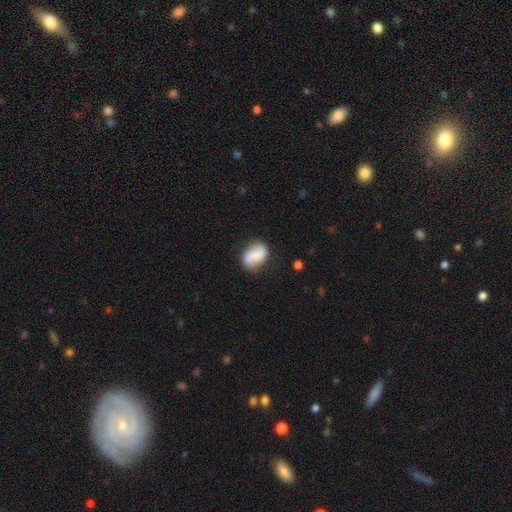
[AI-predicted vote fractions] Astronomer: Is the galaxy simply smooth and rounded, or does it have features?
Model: featured or disk — 51% (runner-up: smooth, 42%).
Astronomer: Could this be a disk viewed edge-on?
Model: no — 97%.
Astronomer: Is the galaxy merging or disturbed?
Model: none — 77%.